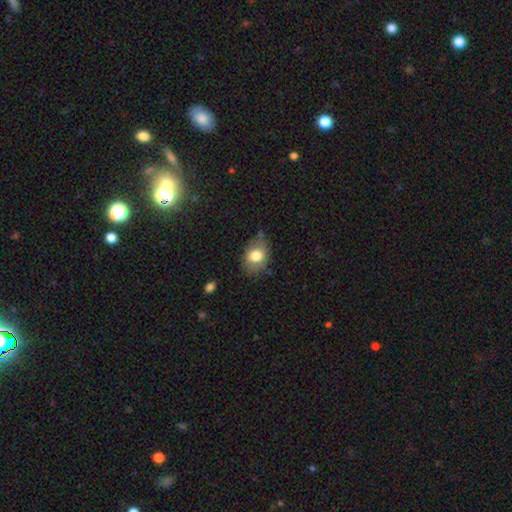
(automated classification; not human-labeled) Smooth or featured? smooth (77%)
How rounded? in between (71%)
Merging? none (68%)